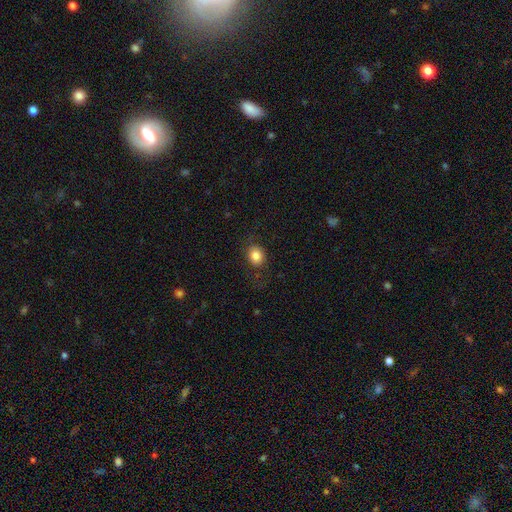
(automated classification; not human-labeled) This is clearly a smooth galaxy (82%). How rounded: likely round (61%). Merging: likely none (78%).